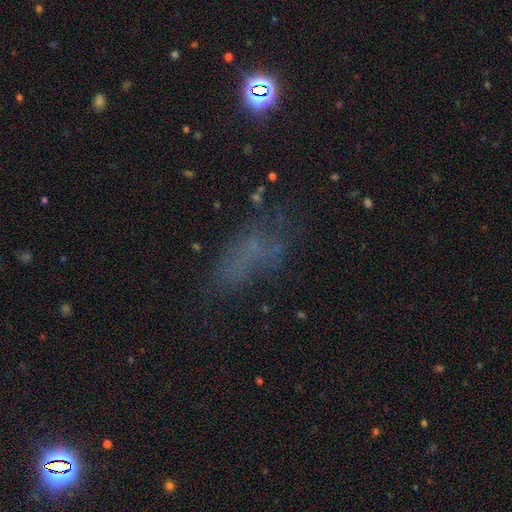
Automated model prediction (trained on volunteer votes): smooth-or-featured: smooth: 44% | star or artifact: 30% | featured or disk: 27%
  merging: none: 51% | major disturbance: 23% | minor disturbance: 21% | merger: 5%